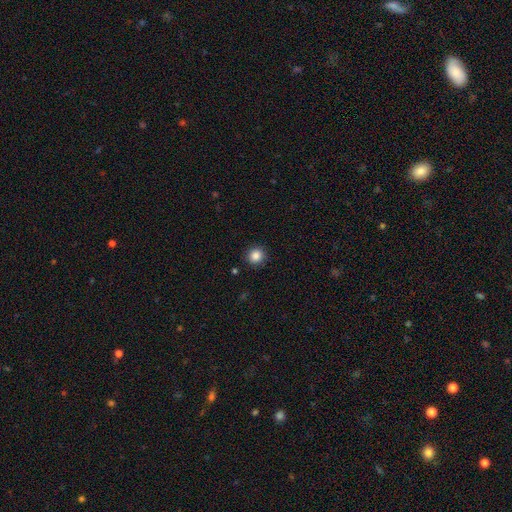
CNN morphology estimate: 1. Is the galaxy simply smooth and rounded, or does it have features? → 86% smooth, 10% star or artifact, 4% featured or disk.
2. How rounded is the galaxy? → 92% round, 7% in between, 1% cigar-shaped.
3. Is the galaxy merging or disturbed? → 91% none, 6% minor disturbance, 2% major disturbance, 1% merger.